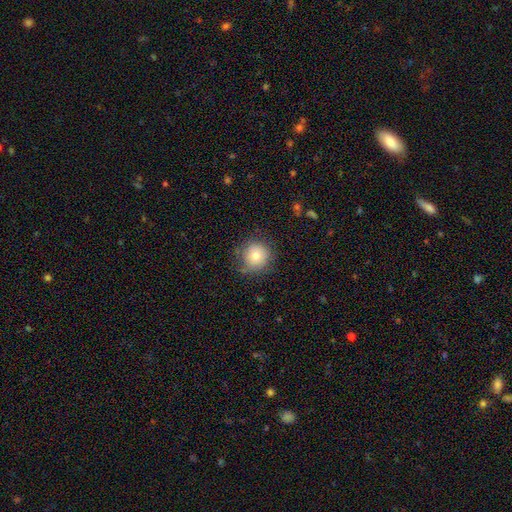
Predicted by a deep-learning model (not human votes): smooth 76%, featured or disk 12%, star or artifact 11%. Down the decision tree: how rounded — round (92%); merging — none (76%).